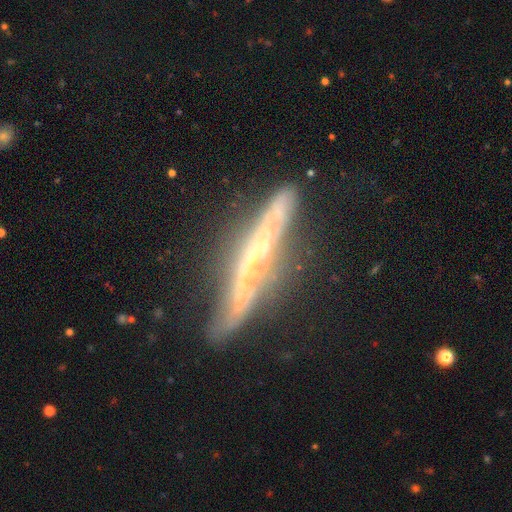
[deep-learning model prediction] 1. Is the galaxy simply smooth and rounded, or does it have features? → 74% featured or disk, 18% smooth, 8% star or artifact.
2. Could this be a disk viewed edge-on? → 86% yes, 14% no.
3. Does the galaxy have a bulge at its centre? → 69% none, 21% rounded, 11% boxy.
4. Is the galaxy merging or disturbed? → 60% none, 25% minor disturbance, 11% major disturbance, 4% merger.